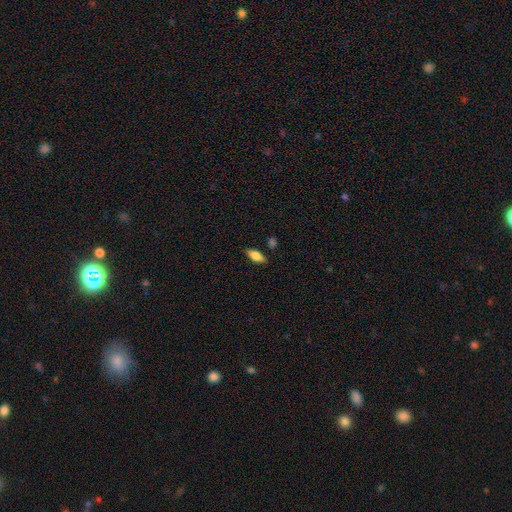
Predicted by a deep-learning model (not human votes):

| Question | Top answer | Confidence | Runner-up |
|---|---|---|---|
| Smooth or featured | smooth | 74% | featured or disk (19%) |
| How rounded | in between | 78% | cigar-shaped (20%) |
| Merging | none | 84% | minor disturbance (12%) |